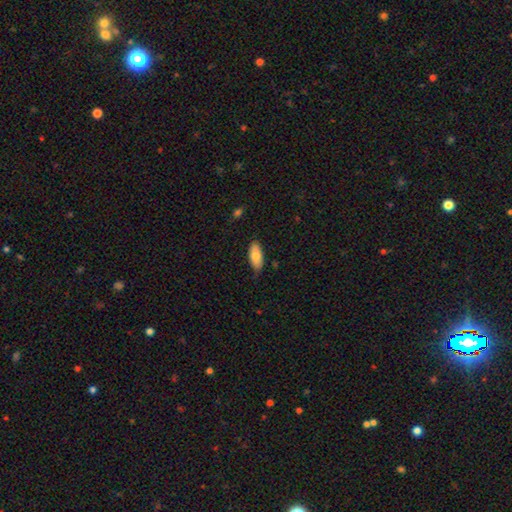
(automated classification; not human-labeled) This is clearly a smooth galaxy (81%). How rounded: clearly in between (85%). Merging: likely none (78%).